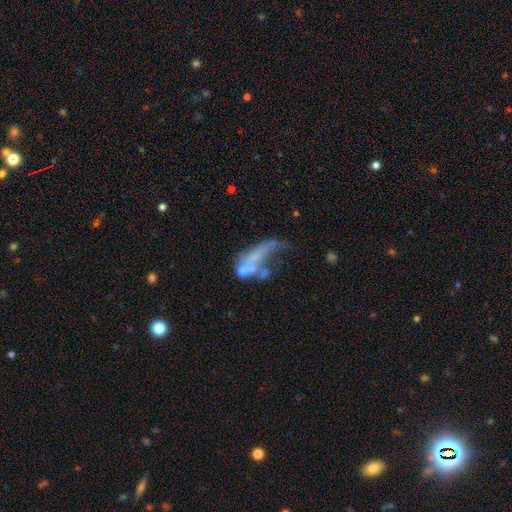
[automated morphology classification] Smooth or featured: featured or disk — 49% (smooth — 37%)
Merging: major disturbance — 38% (merger — 35%)